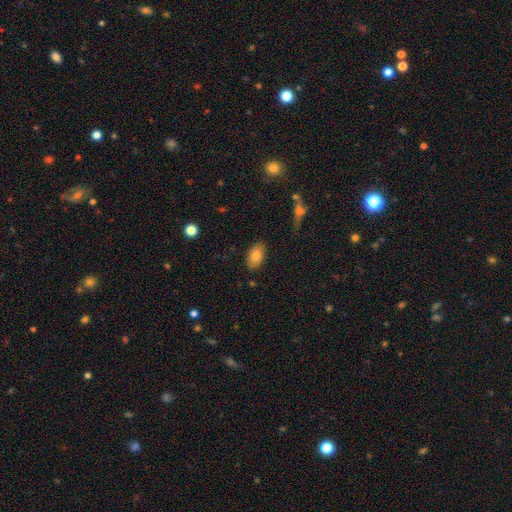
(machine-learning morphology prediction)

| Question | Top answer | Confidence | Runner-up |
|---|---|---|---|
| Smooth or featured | smooth | 82% | featured or disk (10%) |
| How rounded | in between | 92% | round (6%) |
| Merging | none | 85% | minor disturbance (11%) |